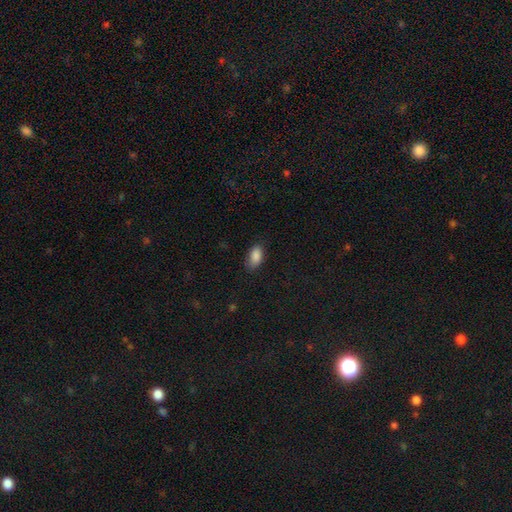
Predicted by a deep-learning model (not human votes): Smooth or featured: smooth — 88% (star or artifact — 8%)
How rounded: in between — 92% (round — 4%)
Merging: none — 76% (minor disturbance — 19%)